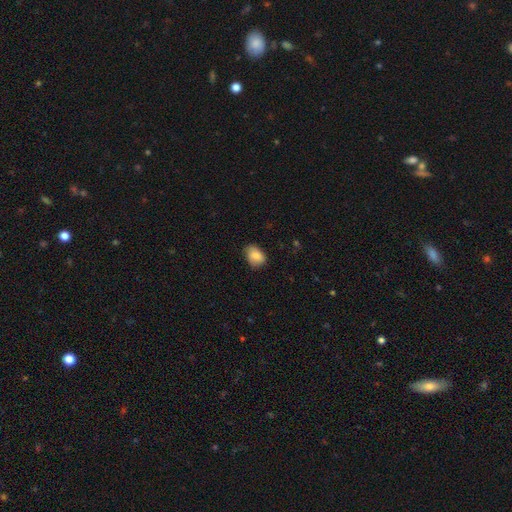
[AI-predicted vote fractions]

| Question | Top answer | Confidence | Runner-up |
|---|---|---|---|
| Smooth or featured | smooth | 84% | featured or disk (8%) |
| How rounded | in between | 74% | round (24%) |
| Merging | none | 71% | minor disturbance (24%) |